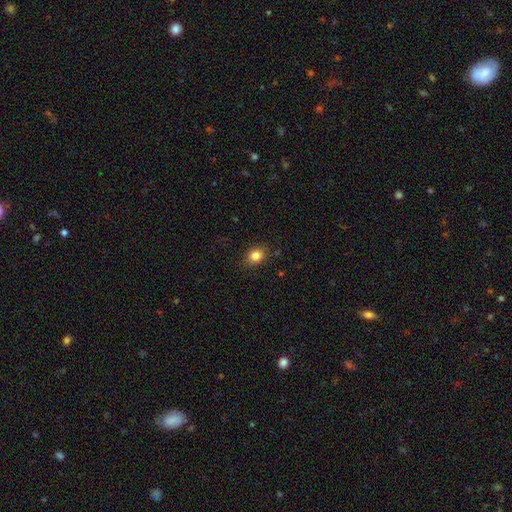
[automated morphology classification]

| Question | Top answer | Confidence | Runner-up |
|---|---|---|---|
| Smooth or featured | smooth | 84% | star or artifact (10%) |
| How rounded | round | 55% | in between (44%) |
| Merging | none | 85% | minor disturbance (11%) |